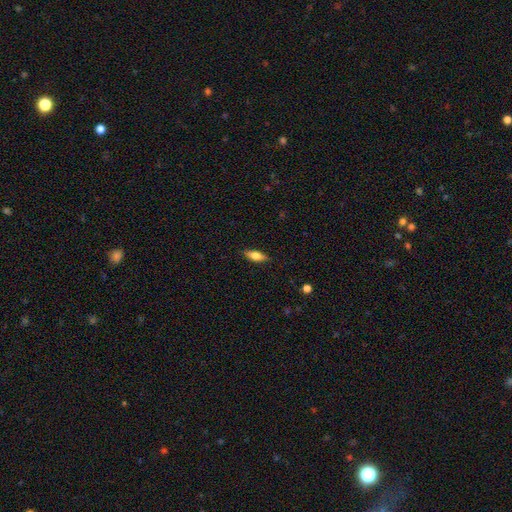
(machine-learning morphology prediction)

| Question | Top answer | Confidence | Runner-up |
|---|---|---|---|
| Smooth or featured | smooth | 67% | featured or disk (26%) |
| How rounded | in between | 67% | cigar-shaped (30%) |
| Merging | none | 87% | minor disturbance (10%) |